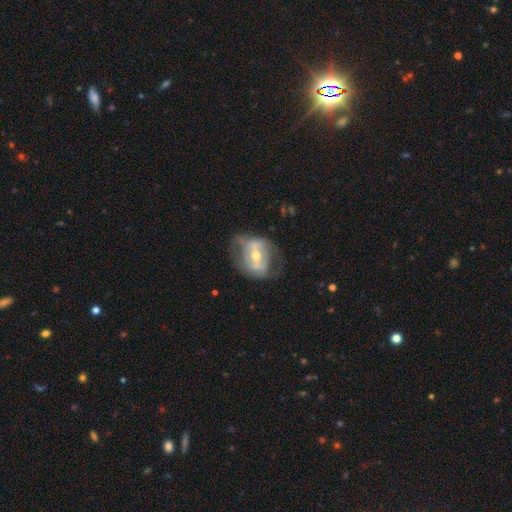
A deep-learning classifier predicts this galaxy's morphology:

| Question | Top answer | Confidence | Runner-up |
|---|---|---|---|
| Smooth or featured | featured or disk | 73% | smooth (21%) |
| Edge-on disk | no | 95% | yes (5%) |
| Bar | strong | 38% | tied: weak (38%) |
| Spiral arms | yes | 59% | no (41%) |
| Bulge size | moderate | 66% | small (28%) |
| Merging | none | 52% | minor disturbance (25%) |